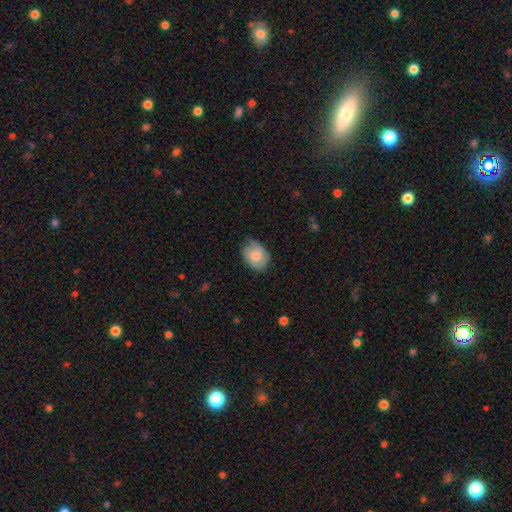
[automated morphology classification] Q: Smooth or featured?
A: smooth (75%); runner-up: featured or disk (19%)
Q: How rounded?
A: in between (63%); runner-up: round (36%)
Q: Merging?
A: none (66%); runner-up: minor disturbance (27%)